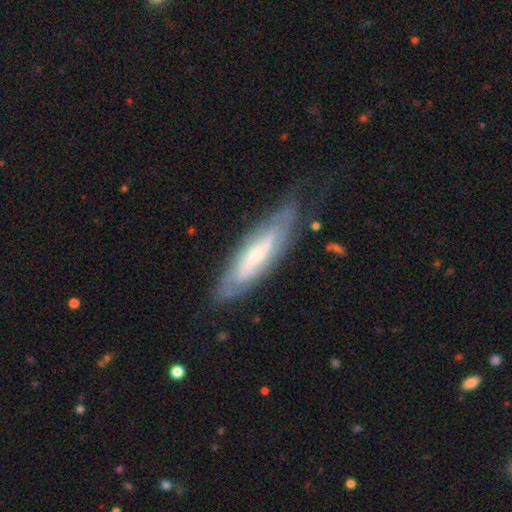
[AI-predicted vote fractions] This is likely a featured or disk galaxy (67%). It is likely not viewed edge-on (63%). Merging: likely none (66%).